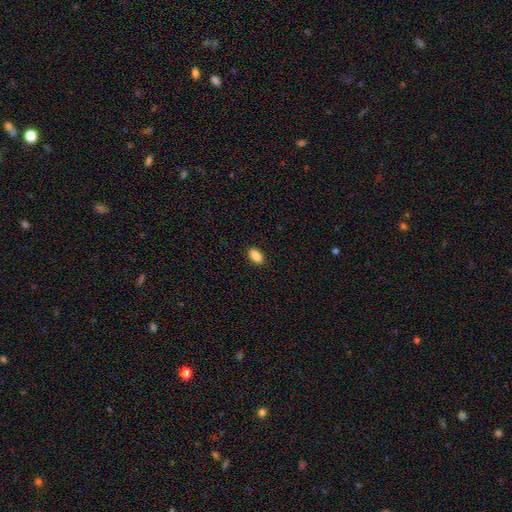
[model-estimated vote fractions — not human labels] smooth_or_featured: smooth (p=0.88) [alt: star or artifact p=0.08]
how_rounded: in between (p=0.91) [alt: cigar-shaped p=0.05]
merging: none (p=0.90) [alt: minor disturbance p=0.07]